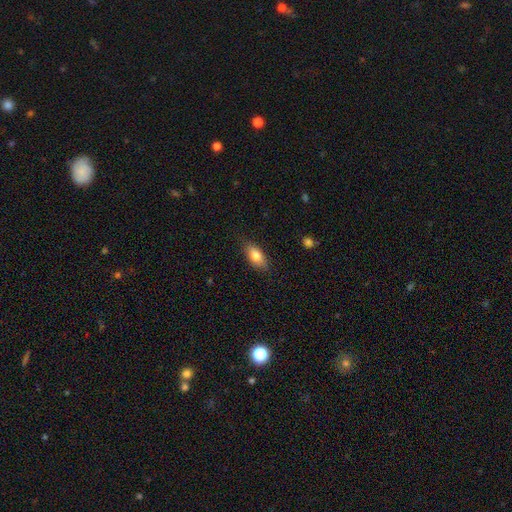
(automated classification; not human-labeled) smooth 79%, featured or disk 14%, star or artifact 7%. Down the decision tree: how rounded — in between (84%); merging — none (82%).